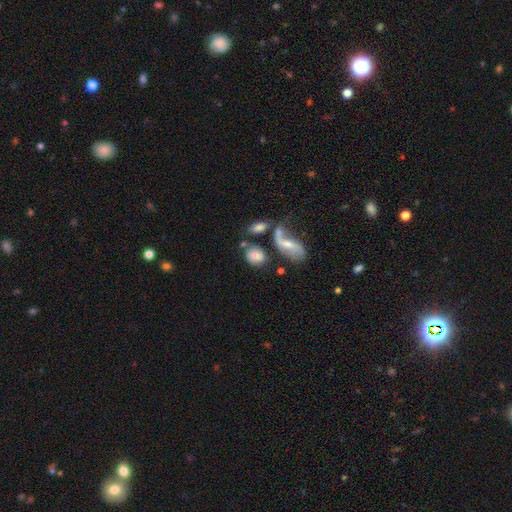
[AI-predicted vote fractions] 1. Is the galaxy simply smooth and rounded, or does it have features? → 68% smooth, 23% featured or disk, 10% star or artifact.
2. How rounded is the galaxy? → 67% in between, 29% round, 4% cigar-shaped.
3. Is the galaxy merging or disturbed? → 43% none, 28% merger, 17% minor disturbance, 12% major disturbance.